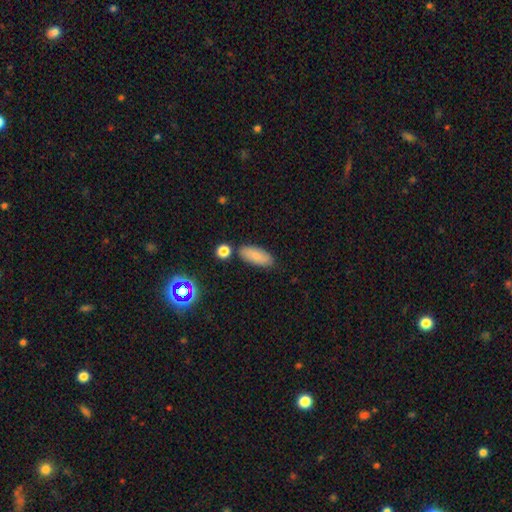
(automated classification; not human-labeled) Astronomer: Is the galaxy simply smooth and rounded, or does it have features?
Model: smooth — 80%.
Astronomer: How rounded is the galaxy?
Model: in between — 84%.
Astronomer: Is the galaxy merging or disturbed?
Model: none — 79%.